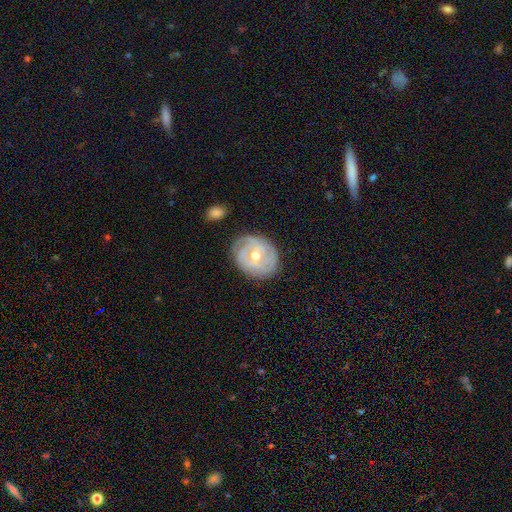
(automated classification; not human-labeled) A featured or disk galaxy (81%) with no bar (46%), tight (71%) spiral arms (91%) and a moderate central bulge (60%).

Vote fractions:
- Smooth or featured? featured or disk: 81% / smooth: 13% / star or artifact: 6%
- Edge-on disk? no: 97% / yes: 3%
- Bar? no: 46% / weak: 41% / strong: 13%
- Spiral arms? yes: 91% / no: 9%
- Spiral winding? tight: 71% / medium: 22% / loose: 6%
- Spiral arm count? can't tell: 33% / 2: 27% / 3: 23% / 4: 7% / 1: 5% / more than 4: 5%
- Bulge size? moderate: 60% / small: 37% / large: 2% / none: 1% / dominant: 1%
- Merging? none: 76% / minor disturbance: 17% / major disturbance: 5% / merger: 1%